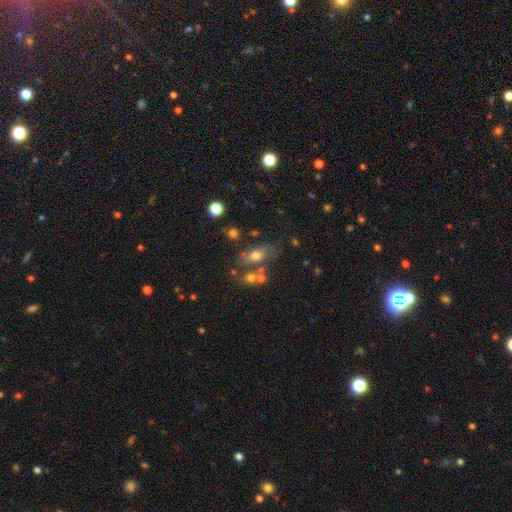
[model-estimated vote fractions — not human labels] Smooth or featured?
  - smooth: 63% *
  - featured or disk: 24%
  - star or artifact: 13%
How rounded?
  - in between: 76% *
  - round: 13%
  - cigar-shaped: 12%
Merging?
  - none: 56% *
  - merger: 20%
  - minor disturbance: 17%
  - major disturbance: 8%